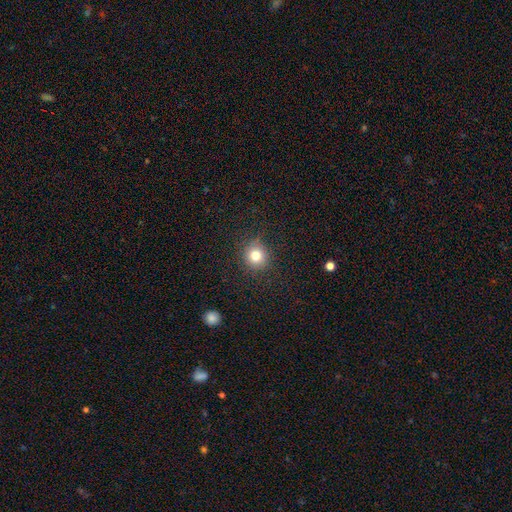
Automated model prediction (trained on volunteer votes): smooth_or_featured: smooth (p=0.80) [alt: star or artifact p=0.13]
how_rounded: round (p=0.91) [alt: in between p=0.08]
merging: none (p=0.86) [alt: minor disturbance p=0.09]